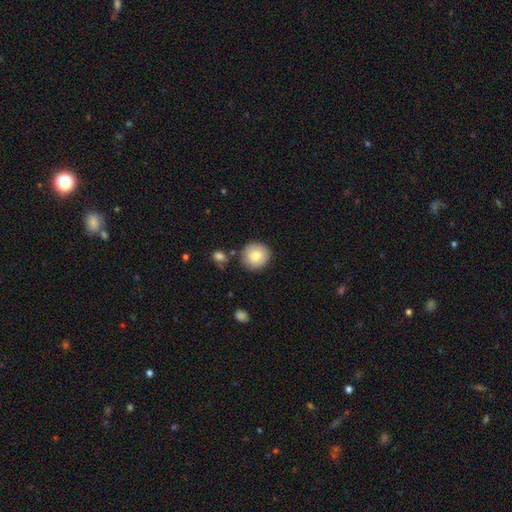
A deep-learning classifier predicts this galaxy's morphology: A smooth galaxy with no disk features (79%) that is round (92%). Merging: none (83%).